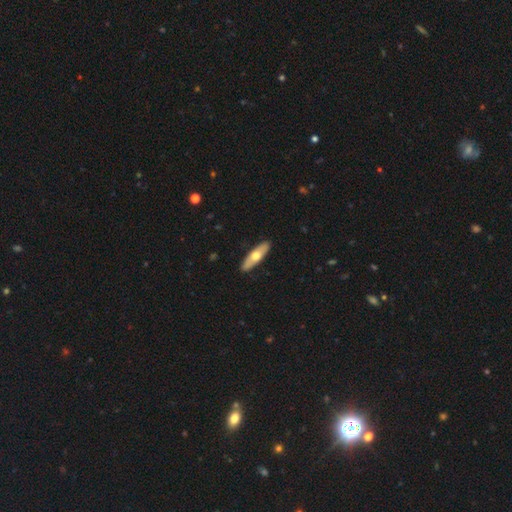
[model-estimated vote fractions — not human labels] Overall: smooth (53%; featured or disk 43%). How rounded: cigar-shaped (61%; in between 36%). Merging: none (90%).